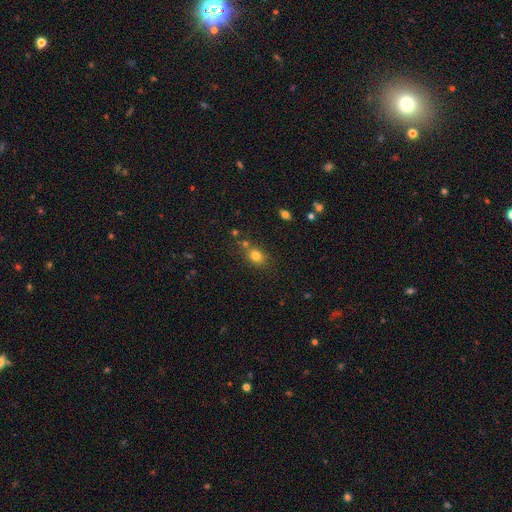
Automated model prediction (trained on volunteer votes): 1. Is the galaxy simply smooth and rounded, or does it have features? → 78% smooth, 14% star or artifact, 9% featured or disk.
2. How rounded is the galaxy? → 52% in between, 46% round, 2% cigar-shaped.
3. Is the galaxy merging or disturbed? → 69% none, 14% minor disturbance, 12% merger, 4% major disturbance.